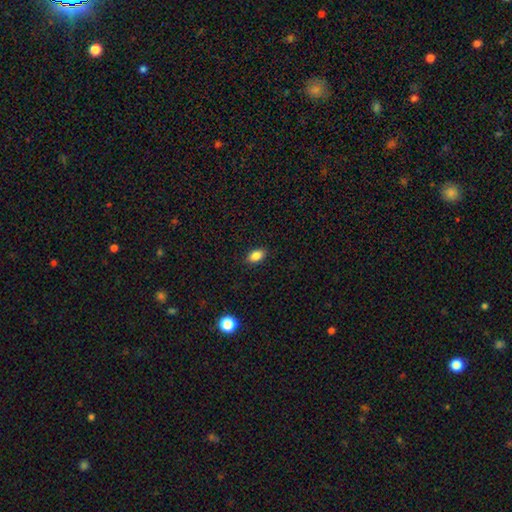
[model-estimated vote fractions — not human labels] This is clearly a smooth galaxy (86%). How rounded: clearly in between (88%). Merging: clearly none (87%).